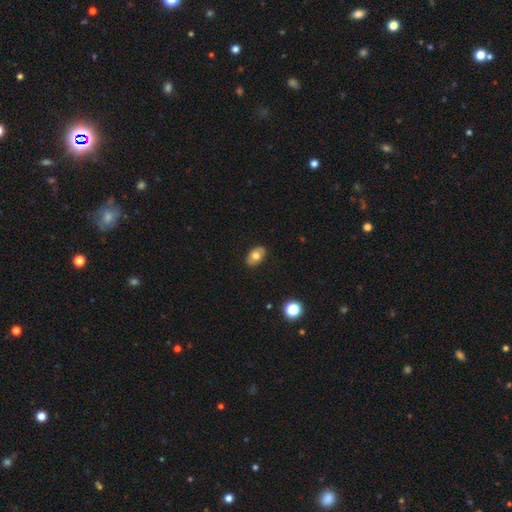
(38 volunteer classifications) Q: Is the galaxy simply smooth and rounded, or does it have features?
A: smooth — 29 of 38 (76%).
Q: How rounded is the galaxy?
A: in between — 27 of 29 (93%).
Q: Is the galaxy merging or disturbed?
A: none — 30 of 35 (86%).